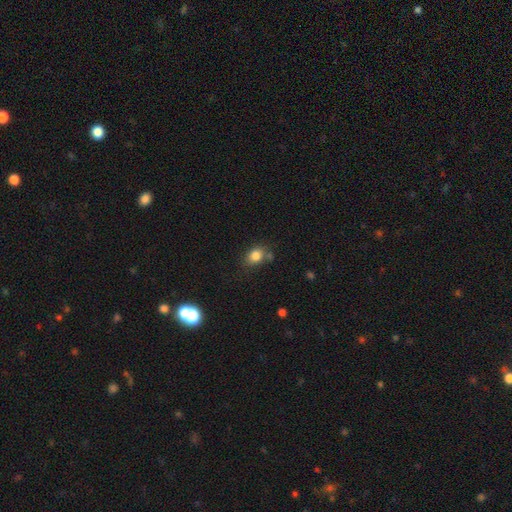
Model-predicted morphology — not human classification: Smooth or featured: smooth — 83% (star or artifact — 10%)
How rounded: in between — 57% (round — 41%)
Merging: none — 68% (minor disturbance — 18%)